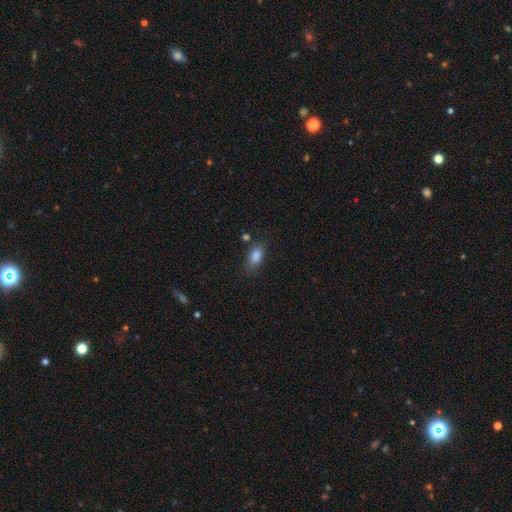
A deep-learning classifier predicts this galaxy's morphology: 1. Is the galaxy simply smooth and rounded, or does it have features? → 85% smooth, 9% star or artifact, 6% featured or disk.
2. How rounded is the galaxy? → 87% in between, 7% cigar-shaped, 7% round.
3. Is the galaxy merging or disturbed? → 74% none, 18% minor disturbance, 5% major disturbance, 4% merger.